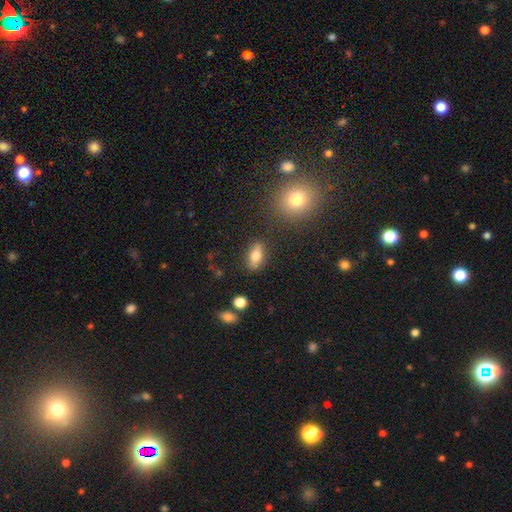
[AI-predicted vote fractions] Morphology: type=smooth (68%); roundness=in between (77%); merging=none (81%).